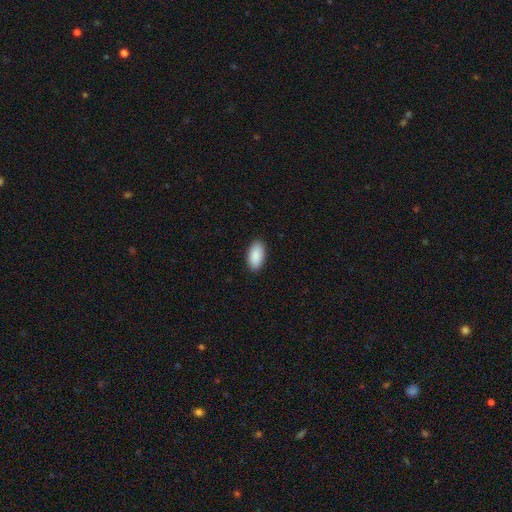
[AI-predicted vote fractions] This is clearly a smooth galaxy (91%). How rounded: clearly in between (95%). Merging: clearly none (90%).